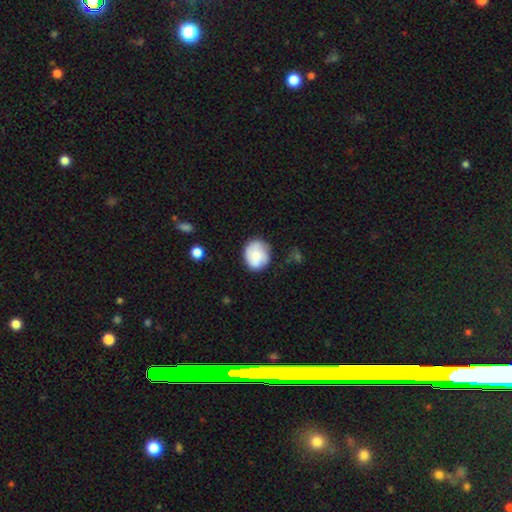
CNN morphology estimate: type=smooth (67%); roundness=round (75%); merging=none (67%).